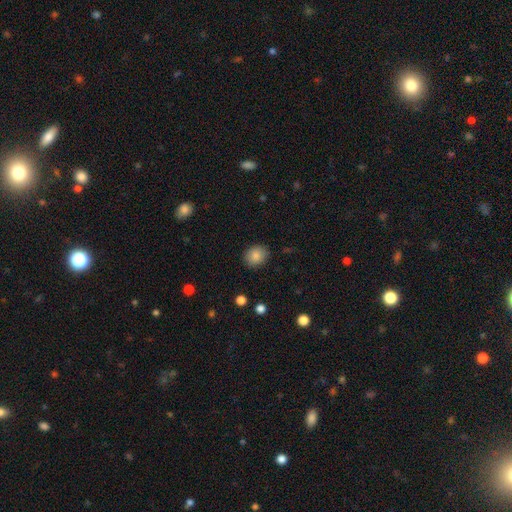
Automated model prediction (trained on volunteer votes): This appears to be a smooth galaxy with no disk features (85%) that is round (60%). Merging: none (88%).